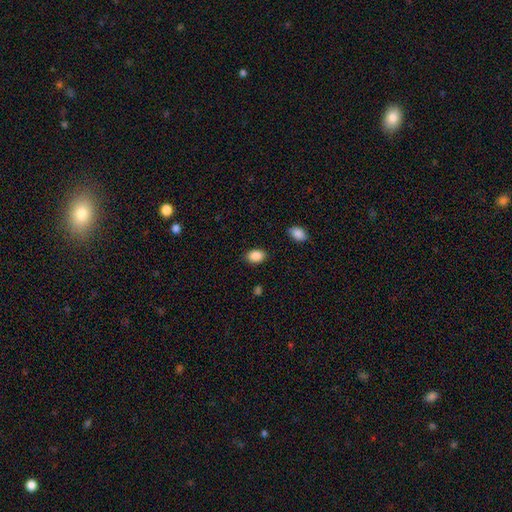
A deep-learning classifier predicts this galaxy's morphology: smooth-or-featured: smooth: 88% | star or artifact: 8% | featured or disk: 4%
  how-rounded: in between: 76% | round: 23% | cigar-shaped: 1%
  merging: none: 87% | minor disturbance: 9% | major disturbance: 3% | merger: 2%